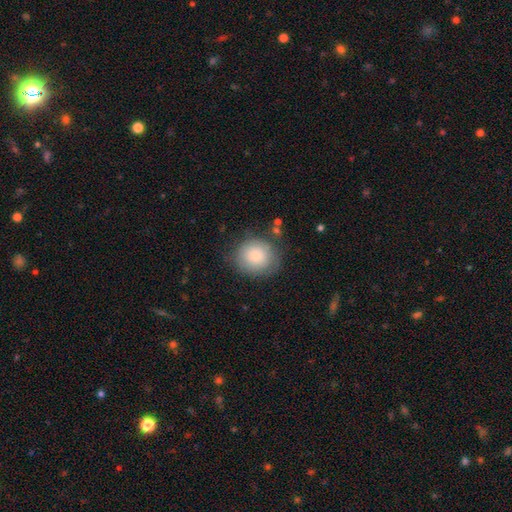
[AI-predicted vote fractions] Smooth or featured?
  - smooth: 79% *
  - featured or disk: 14%
  - star or artifact: 8%
How rounded?
  - round: 86% *
  - in between: 13%
  - cigar-shaped: 1%
Merging?
  - none: 76% *
  - minor disturbance: 16%
  - major disturbance: 6%
  - merger: 2%